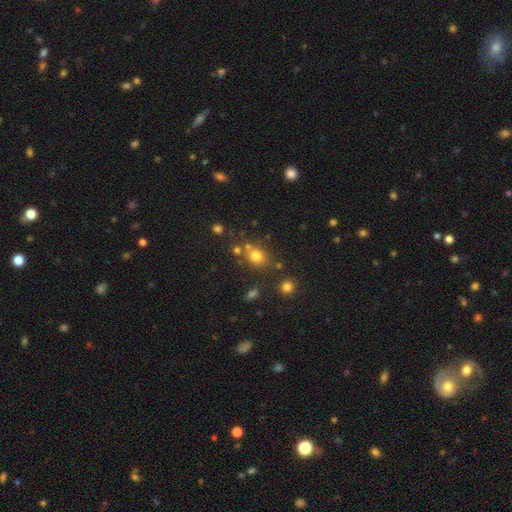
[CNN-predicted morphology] Smooth or featured: smooth — 75% (star or artifact — 16%)
How rounded: round — 64% (in between — 34%)
Merging: none — 66% (merger — 17%)